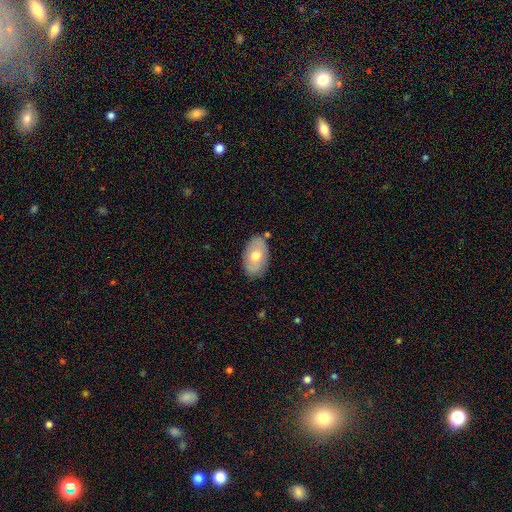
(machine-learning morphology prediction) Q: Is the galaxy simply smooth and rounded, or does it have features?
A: smooth — 61%.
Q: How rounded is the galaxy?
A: in between — 92%.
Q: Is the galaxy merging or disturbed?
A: none — 79%.